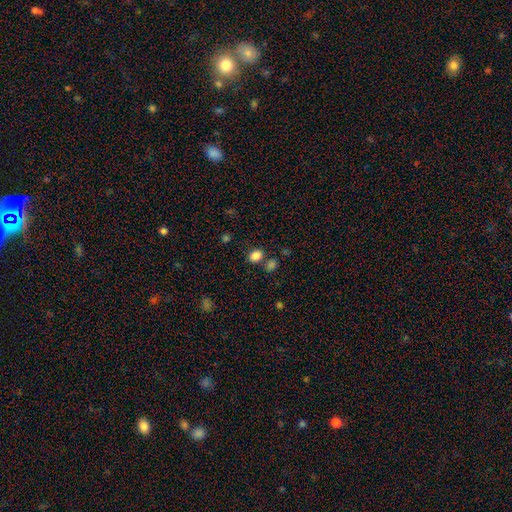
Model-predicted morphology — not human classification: A smooth galaxy with no disk features (84%) that is in between round and cigar-shaped (66%).

Vote fractions:
- Smooth or featured? smooth: 84% / star or artifact: 11% / featured or disk: 5%
- How rounded? in between: 66% / round: 33% / cigar-shaped: 1%
- Merging? none: 70% / merger: 14% / minor disturbance: 12% / major disturbance: 4%